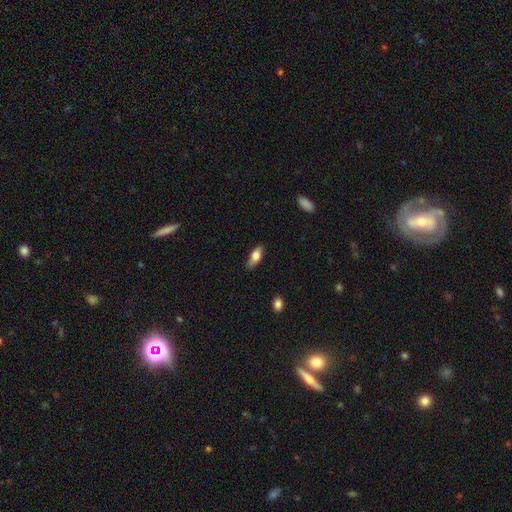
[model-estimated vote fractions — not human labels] Smooth or featured: smooth — 71% (featured or disk — 22%)
How rounded: in between — 75% (cigar-shaped — 22%)
Merging: none — 78% (minor disturbance — 18%)